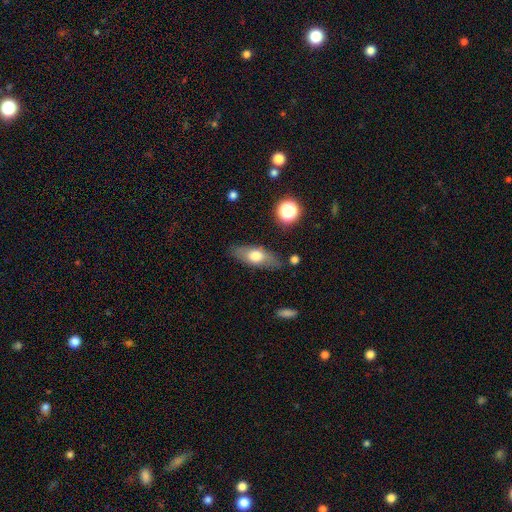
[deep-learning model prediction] This is possibly a smooth galaxy (60%). How rounded: likely in between (70%). Merging: likely none (79%).